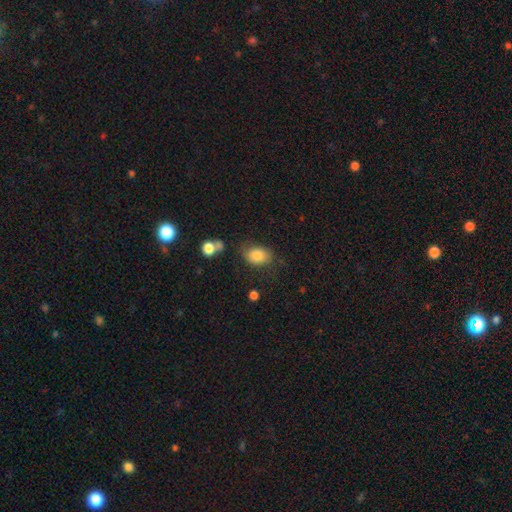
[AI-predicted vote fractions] Morphology: type=smooth (82%); roundness=in between (75%); merging=none (69%).